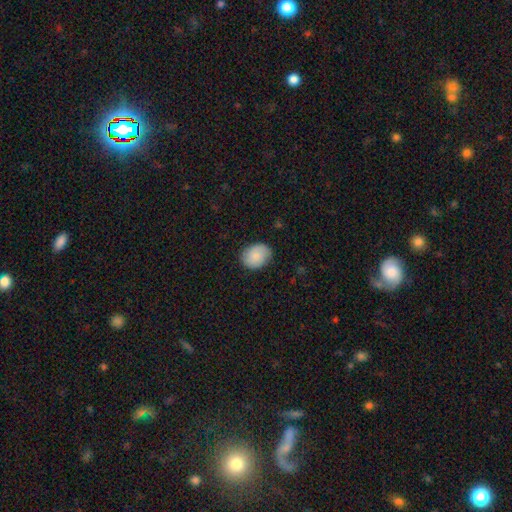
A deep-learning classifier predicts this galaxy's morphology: This appears to be a smooth galaxy with no disk features (80%) that is in between round and cigar-shaped (55%). Merging: none (83%).